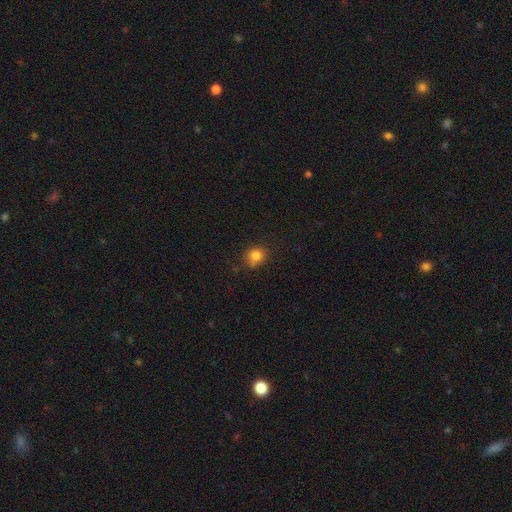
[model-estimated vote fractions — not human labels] This appears to be a smooth galaxy with no disk features (82%) that is round (81%). Merging: none (75%).